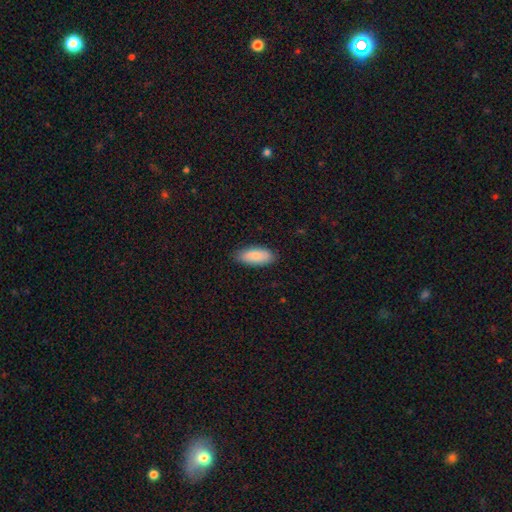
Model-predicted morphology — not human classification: Overall: smooth (85%). How rounded: in between (85%). Merging: none (85%).